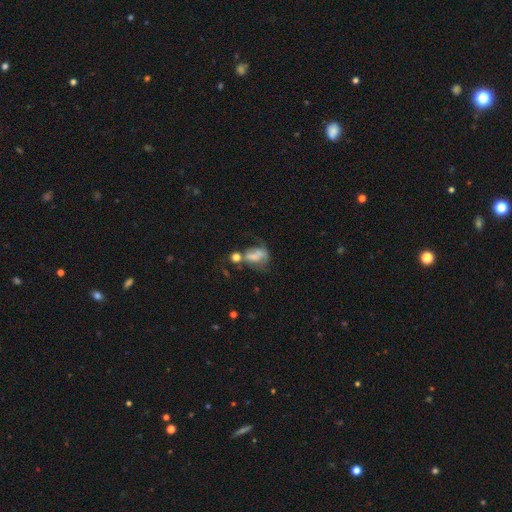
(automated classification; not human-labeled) The model was most divided on "merging": merger: 35%, major disturbance: 28%, none: 20%, minor disturbance: 17%. More confident: how rounded — in between (72%); smooth or featured — smooth (54%).